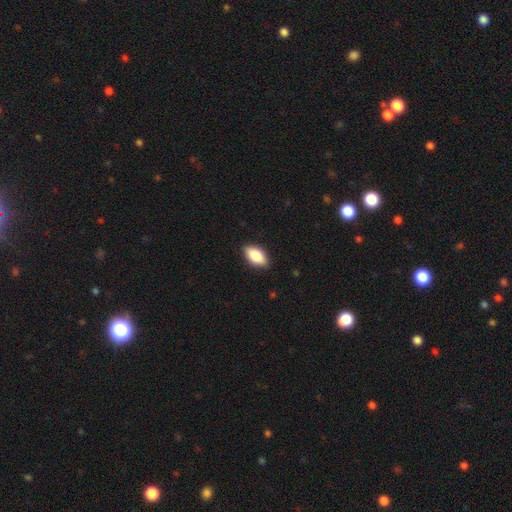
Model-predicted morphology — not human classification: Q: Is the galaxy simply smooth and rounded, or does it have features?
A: smooth — 83%.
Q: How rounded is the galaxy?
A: in between — 91%.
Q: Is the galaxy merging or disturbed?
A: none — 87%.